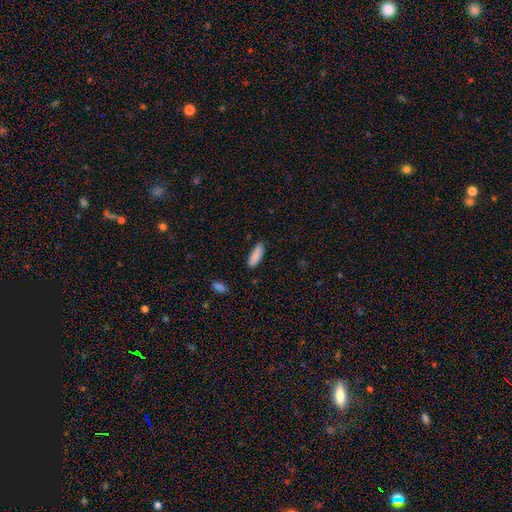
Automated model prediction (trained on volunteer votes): Q: Smooth or featured?
A: smooth (88%); runner-up: star or artifact (6%)
Q: How rounded?
A: in between (61%); runner-up: cigar-shaped (38%)
Q: Merging?
A: none (86%); runner-up: minor disturbance (11%)